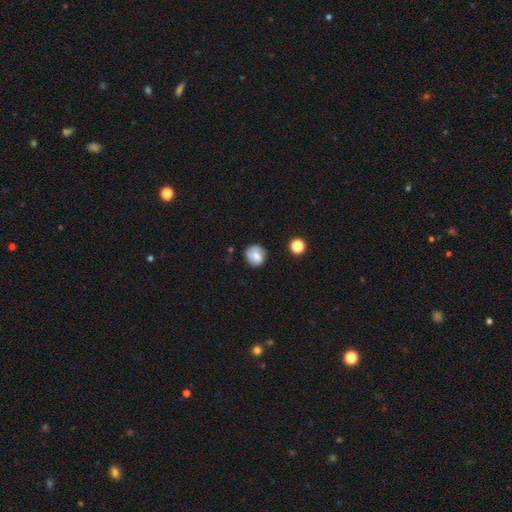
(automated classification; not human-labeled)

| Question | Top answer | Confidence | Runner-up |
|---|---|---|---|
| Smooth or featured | smooth | 73% | featured or disk (18%) |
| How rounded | round | 86% | in between (14%) |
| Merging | none | 76% | minor disturbance (17%) |